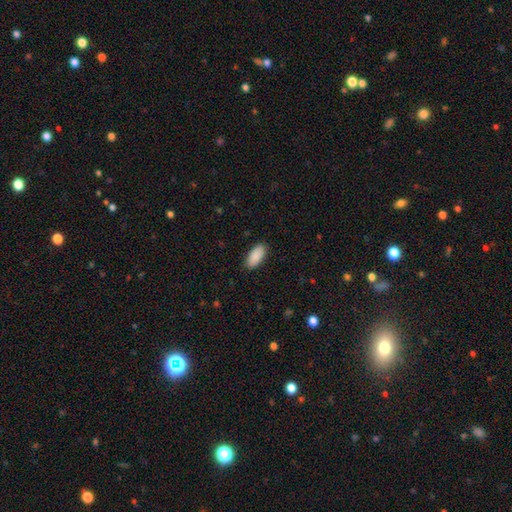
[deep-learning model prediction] Morphology: type=smooth (91%); roundness=in between (91%); merging=none (88%).